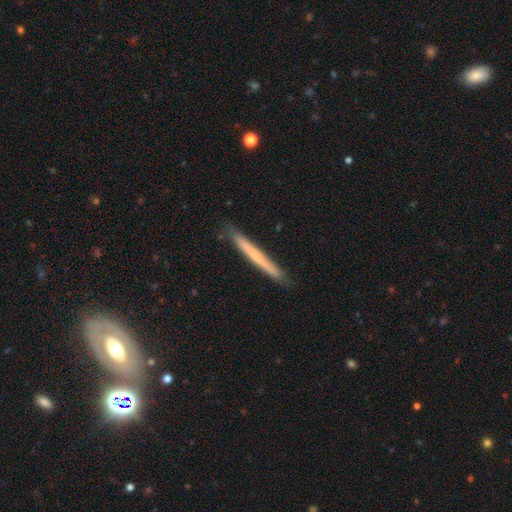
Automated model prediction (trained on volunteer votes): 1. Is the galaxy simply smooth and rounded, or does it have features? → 59% smooth, 35% featured or disk, 6% star or artifact.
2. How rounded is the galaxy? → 97% cigar-shaped, 2% in between, 1% round.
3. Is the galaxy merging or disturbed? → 88% none, 10% minor disturbance, 1% major disturbance, 1% merger.